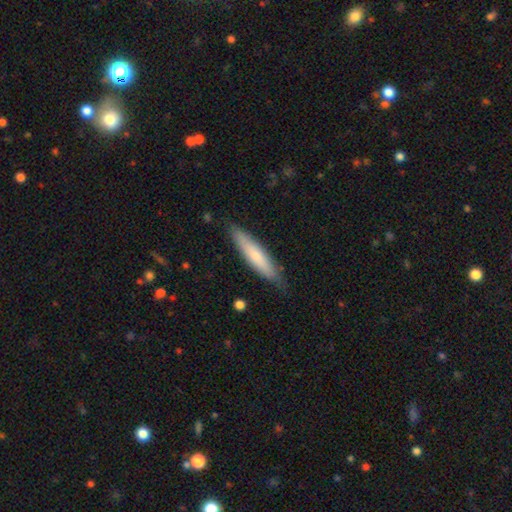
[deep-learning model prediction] This appears to be a smooth galaxy with no disk features (70%) that is cigar-shaped (83%). Merging: none (83%).